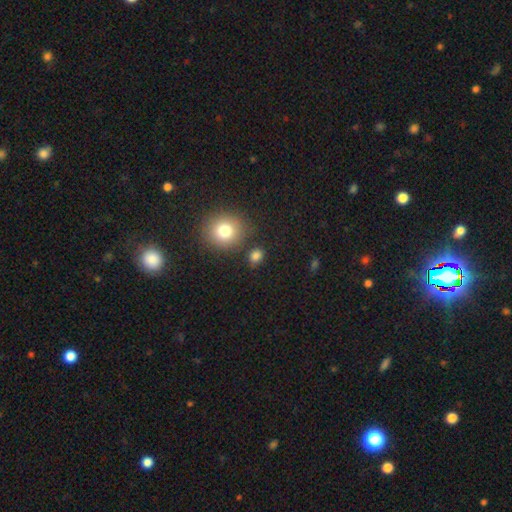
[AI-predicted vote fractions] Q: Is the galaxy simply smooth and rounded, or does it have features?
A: smooth — 82%.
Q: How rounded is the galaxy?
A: round — 52%.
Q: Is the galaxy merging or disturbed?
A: none — 78%.